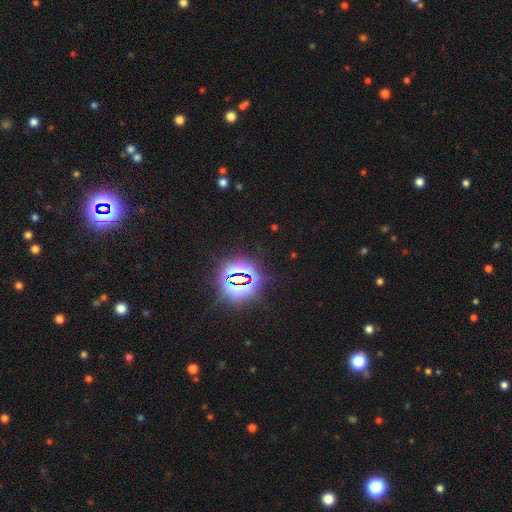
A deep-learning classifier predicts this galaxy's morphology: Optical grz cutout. It shows a star or artifact, not a galaxy (81%).